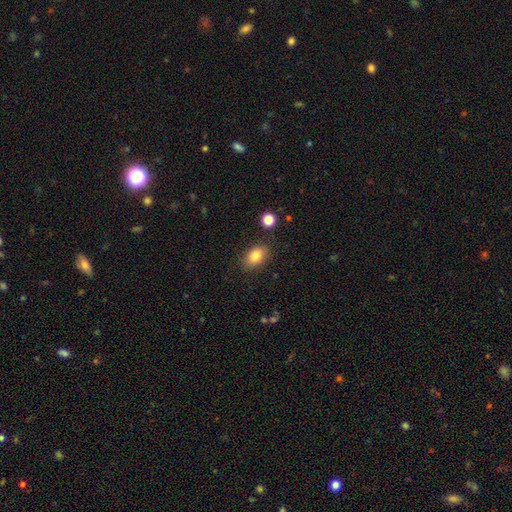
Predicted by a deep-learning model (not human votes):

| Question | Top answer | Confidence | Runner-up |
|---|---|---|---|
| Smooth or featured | smooth | 82% | star or artifact (9%) |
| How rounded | in between | 85% | round (13%) |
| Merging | none | 84% | minor disturbance (11%) |